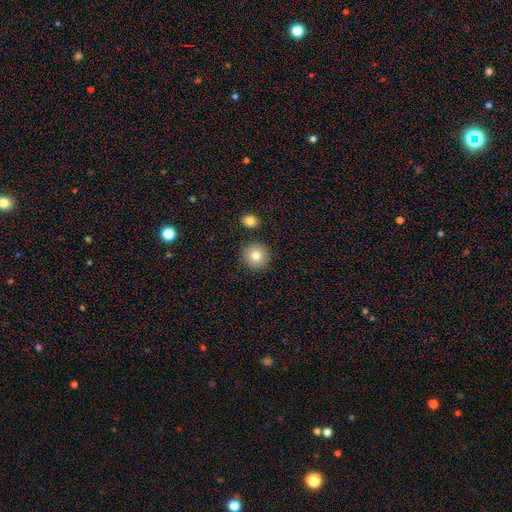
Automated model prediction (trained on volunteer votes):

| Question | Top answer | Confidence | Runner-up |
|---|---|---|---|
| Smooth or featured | smooth | 80% | star or artifact (10%) |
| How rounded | round | 95% | in between (4%) |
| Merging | none | 88% | minor disturbance (6%) |